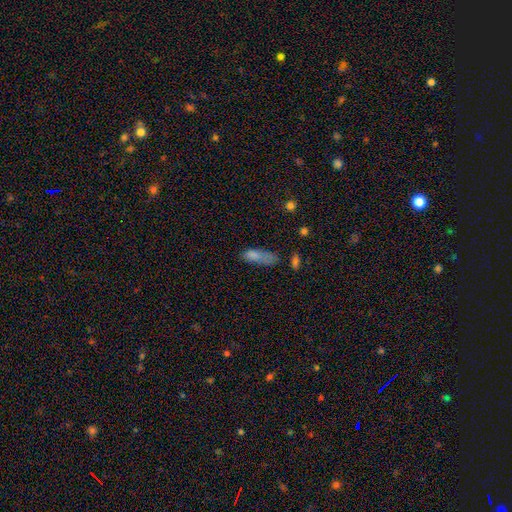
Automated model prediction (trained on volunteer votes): smooth 75%, featured or disk 13%, star or artifact 12%. Down the decision tree: how rounded — in between (65%); merging — none (33%).